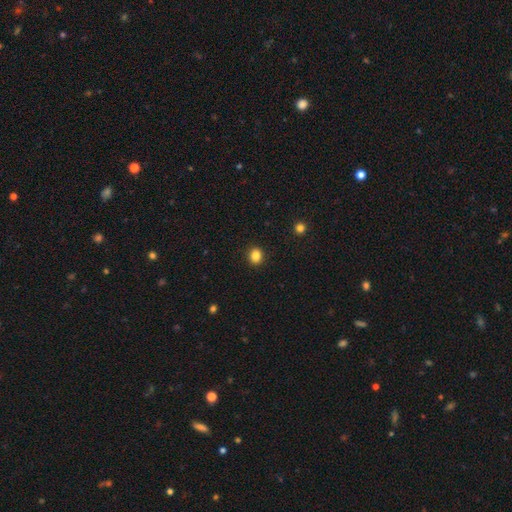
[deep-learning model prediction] This is clearly a smooth galaxy (85%). How rounded: likely round (75%). Merging: clearly none (92%).